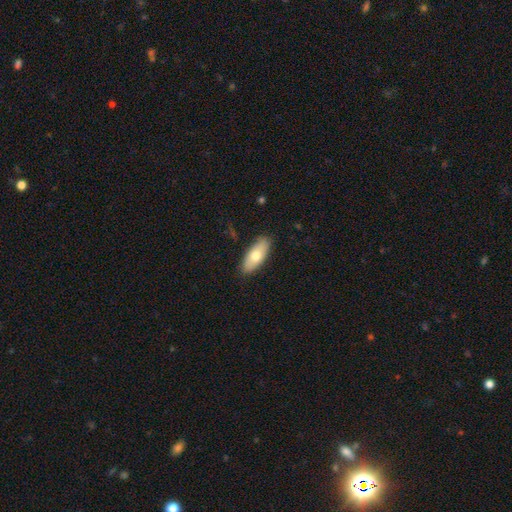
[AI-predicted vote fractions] Q: Smooth or featured?
A: smooth (69%); runner-up: featured or disk (25%)
Q: How rounded?
A: in between (82%); runner-up: cigar-shaped (16%)
Q: Merging?
A: none (87%); runner-up: minor disturbance (10%)